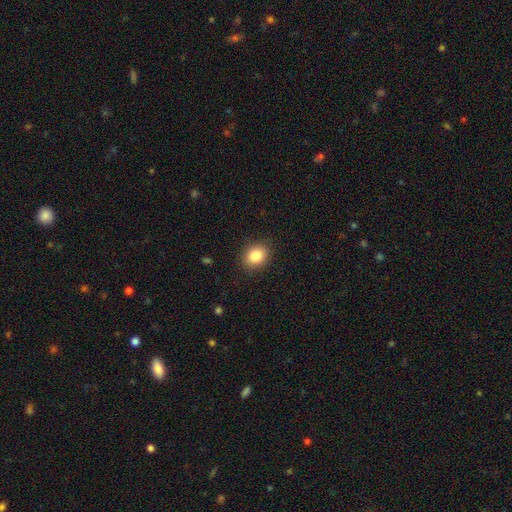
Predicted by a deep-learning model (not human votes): Overall: smooth (84%). How rounded: in between (50%; round 49%). Merging: none (88%).